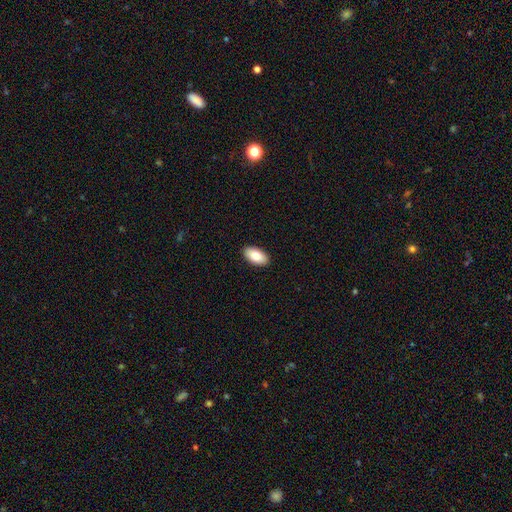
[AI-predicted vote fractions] This is clearly a smooth galaxy (83%). How rounded: clearly in between (95%). Merging: clearly none (91%).